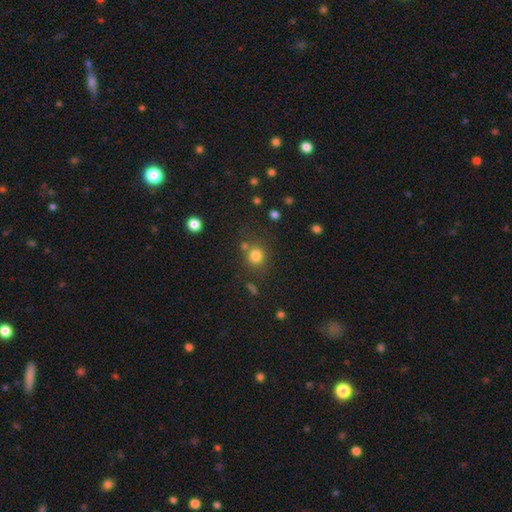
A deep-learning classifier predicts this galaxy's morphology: This appears to be a smooth galaxy with no disk features (80%) that is round (88%). Merging: none (73%).